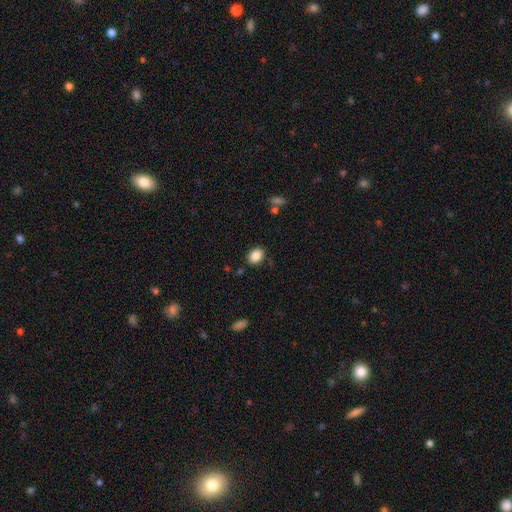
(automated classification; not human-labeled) The model was most divided on "how rounded": in between: 62%, round: 37%, cigar-shaped: 1%. More confident: smooth or featured — smooth (86%); merging — none (83%).